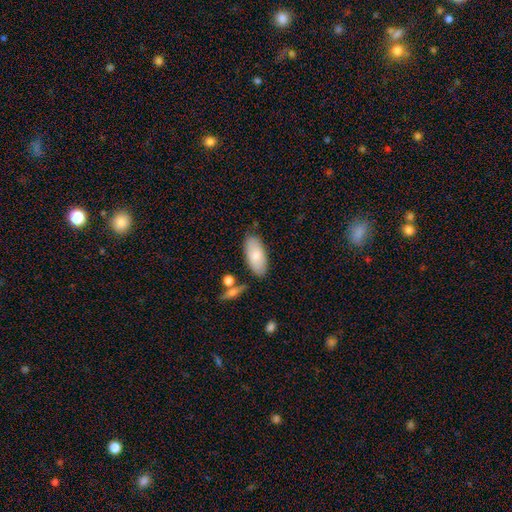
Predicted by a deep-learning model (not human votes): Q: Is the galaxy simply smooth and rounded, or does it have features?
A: smooth — 79%.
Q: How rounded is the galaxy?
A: in between — 90%.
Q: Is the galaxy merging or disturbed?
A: none — 80%.